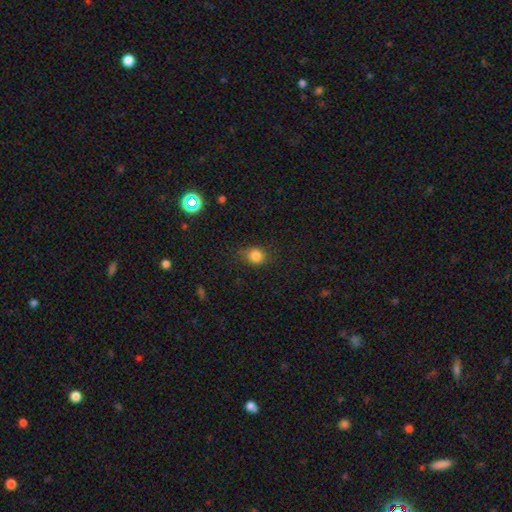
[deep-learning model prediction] A smooth galaxy with no disk features (82%) that is round (70%). Merging: none (71%).